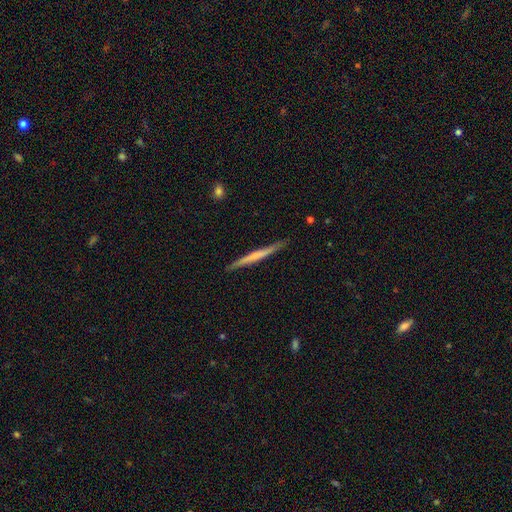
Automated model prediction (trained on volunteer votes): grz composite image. It shows a featured or disk galaxy (51%) viewed edge-on (97%). Merging: none (89%).